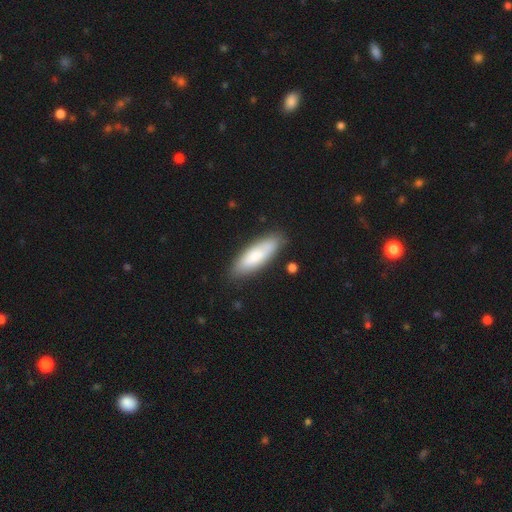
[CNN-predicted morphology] This is likely a smooth galaxy (76%). How rounded: possibly in between (54%). Merging: clearly none (82%).